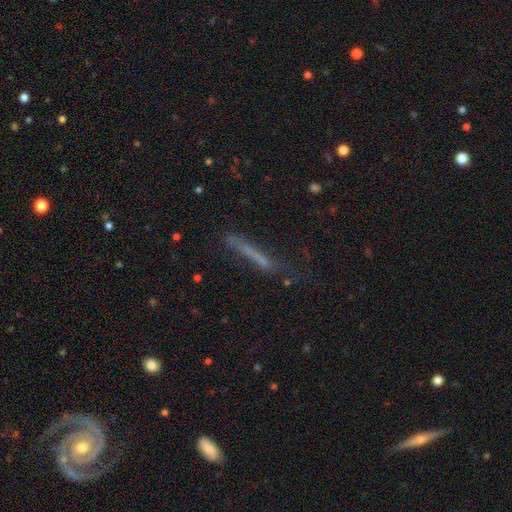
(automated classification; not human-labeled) Overall: smooth (51%; featured or disk 35%). How rounded: cigar-shaped (93%). Merging: none (54%; minor disturbance 24%).